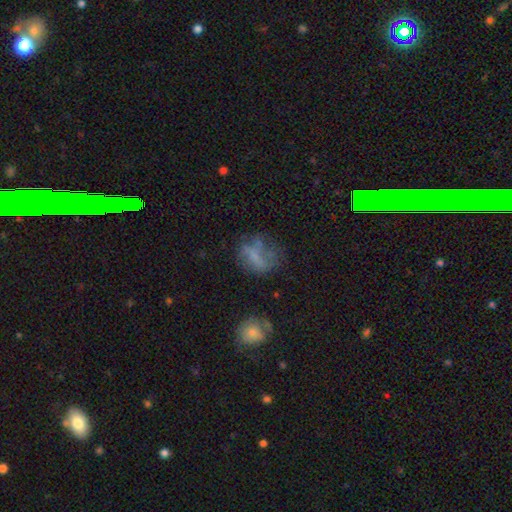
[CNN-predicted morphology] A smooth galaxy with no disk features (47%).

Vote fractions:
- Smooth or featured? smooth: 47% / featured or disk: 36% / star or artifact: 16%
- Merging? none: 43% / major disturbance: 29% / minor disturbance: 22% / merger: 6%